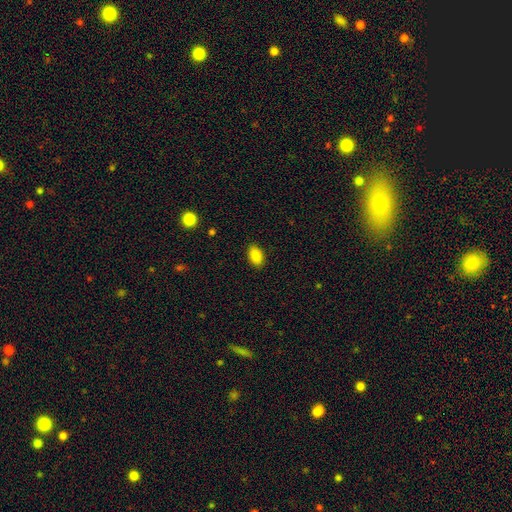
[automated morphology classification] smooth-or-featured: smooth: 88% | star or artifact: 9% | featured or disk: 3%
  how-rounded: in between: 91% | round: 8% | cigar-shaped: 2%
  merging: none: 87% | minor disturbance: 9% | major disturbance: 3% | merger: 1%